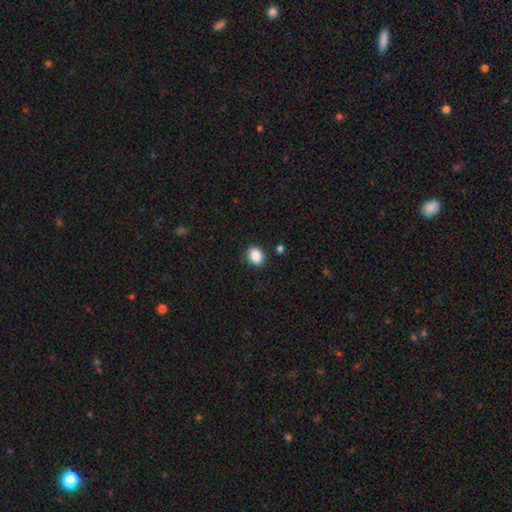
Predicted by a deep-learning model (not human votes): Smooth or featured? smooth (88%)
How rounded? round (55%)
Merging? none (85%)